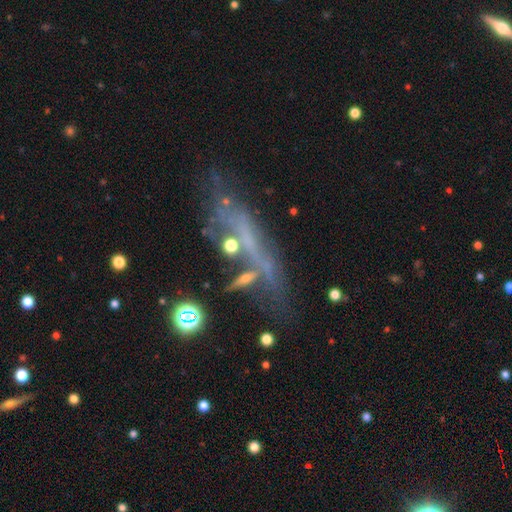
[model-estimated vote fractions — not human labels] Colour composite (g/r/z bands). It shows a featured or disk galaxy (57%) viewed edge-on (55%). Merging: none (49%).